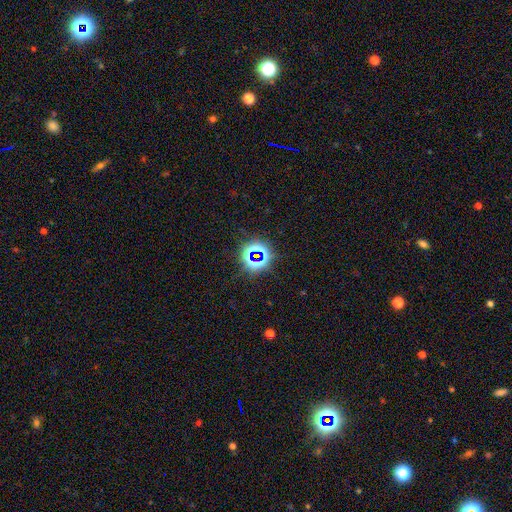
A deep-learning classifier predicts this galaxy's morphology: type=star or artifact (75%).